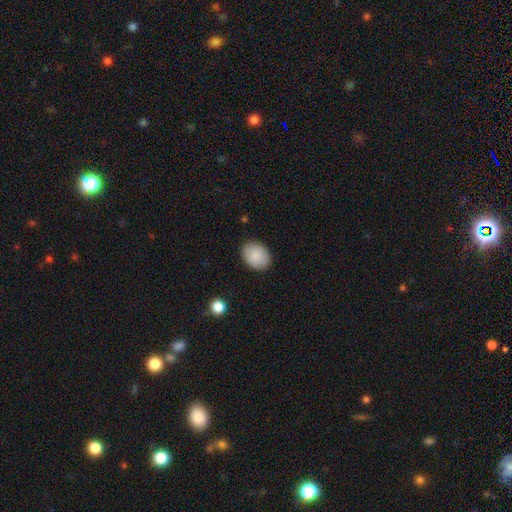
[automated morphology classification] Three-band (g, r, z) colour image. It shows a smooth galaxy with no disk features (89%) that is in between round and cigar-shaped (56%). Merging: none (88%).